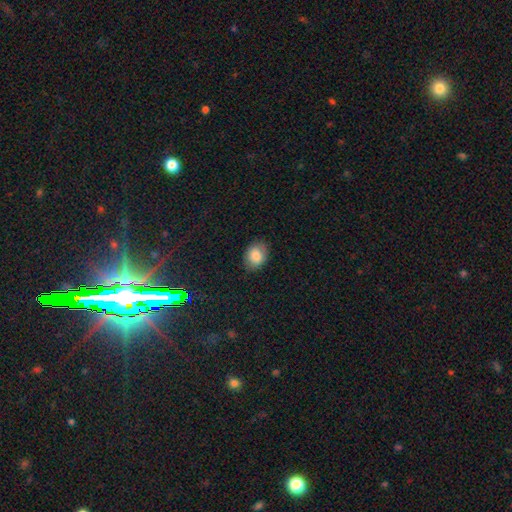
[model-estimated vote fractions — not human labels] This is clearly a smooth galaxy (82%). How rounded: possibly in between (58%). Merging: clearly none (83%).